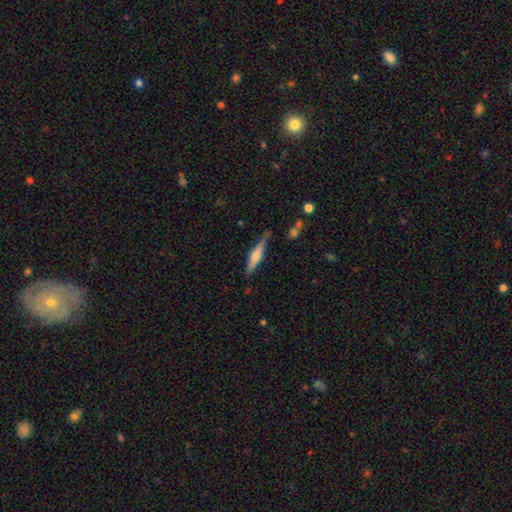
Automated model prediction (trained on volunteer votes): Smooth or featured: featured or disk — 49% (smooth — 44%)
Merging: none — 79% (minor disturbance — 15%)